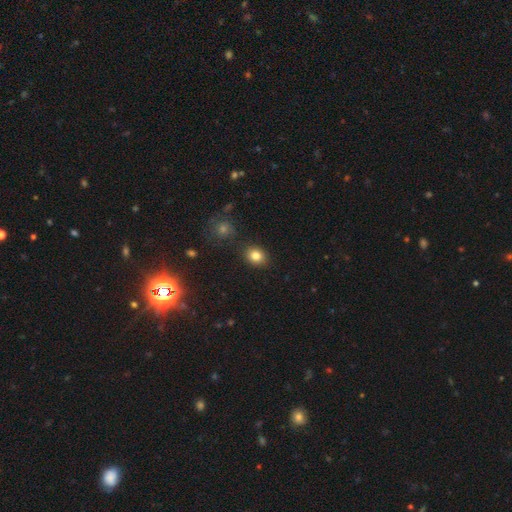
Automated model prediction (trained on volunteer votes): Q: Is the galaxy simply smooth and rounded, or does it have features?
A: smooth — 83%.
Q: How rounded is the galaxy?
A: round — 52%.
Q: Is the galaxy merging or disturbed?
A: none — 86%.